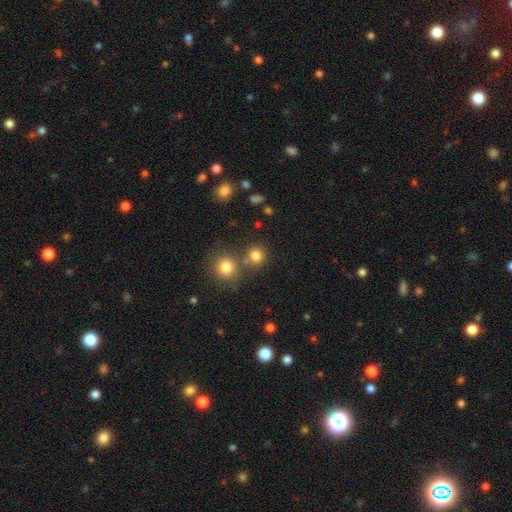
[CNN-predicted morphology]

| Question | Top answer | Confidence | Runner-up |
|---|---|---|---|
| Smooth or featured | smooth | 80% | star or artifact (13%) |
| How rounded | round | 86% | in between (13%) |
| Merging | none | 68% | merger (21%) |